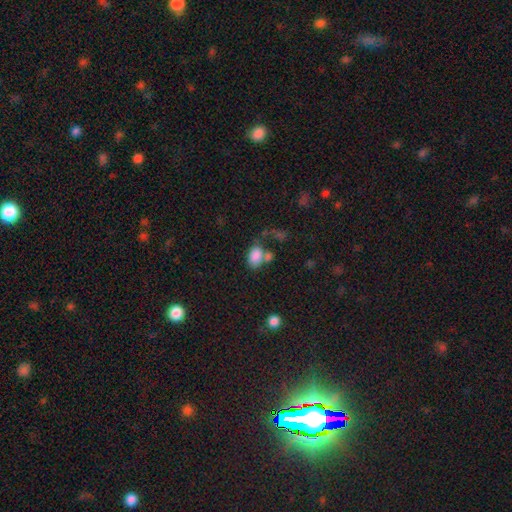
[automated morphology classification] type=smooth (84%); roundness=in between (87%); merging=none (45%).